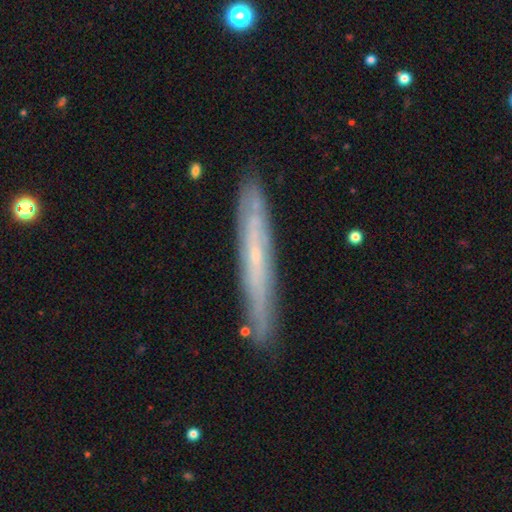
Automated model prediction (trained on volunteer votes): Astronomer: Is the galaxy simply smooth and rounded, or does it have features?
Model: featured or disk — 64%.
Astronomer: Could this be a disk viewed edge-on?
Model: yes — 83%.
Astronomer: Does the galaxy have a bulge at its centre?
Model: none — 61%.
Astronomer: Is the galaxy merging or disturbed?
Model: none — 86%.